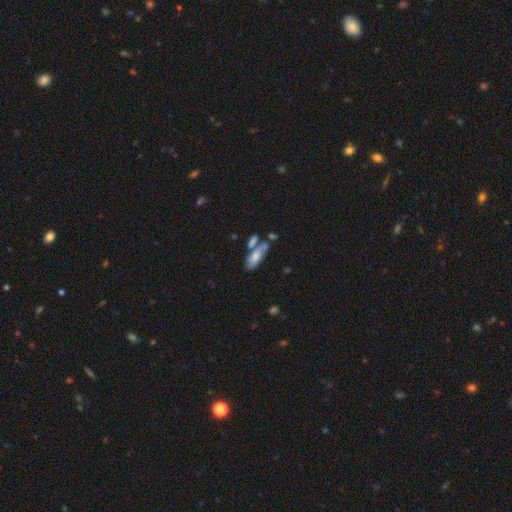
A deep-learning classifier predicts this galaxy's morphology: Smooth or featured? smooth (62%)
How rounded? in between (73%)
Merging? none (42%)